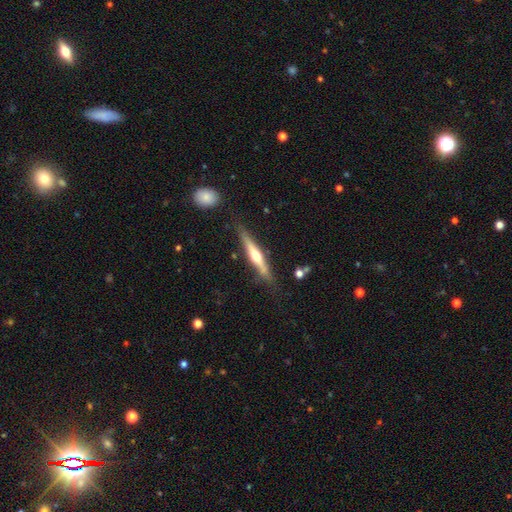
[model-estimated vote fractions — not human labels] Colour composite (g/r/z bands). It shows a featured or disk galaxy (64%) viewed edge-on (96%) with a rounded central bulge (87%). Merging: none (81%).